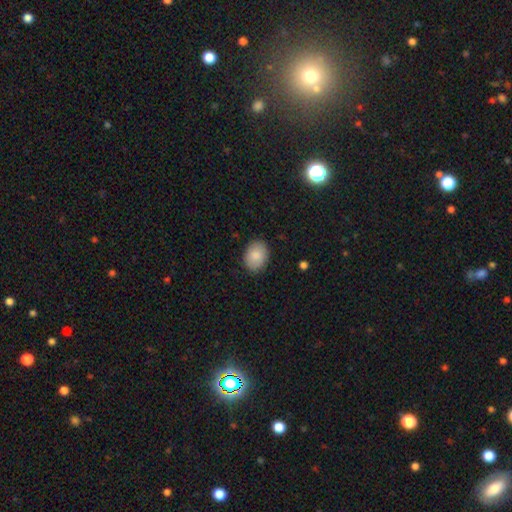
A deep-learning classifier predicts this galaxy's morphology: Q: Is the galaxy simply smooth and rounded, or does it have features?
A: smooth — 87%.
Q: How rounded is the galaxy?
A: in between — 69%.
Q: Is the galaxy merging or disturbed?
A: none — 88%.